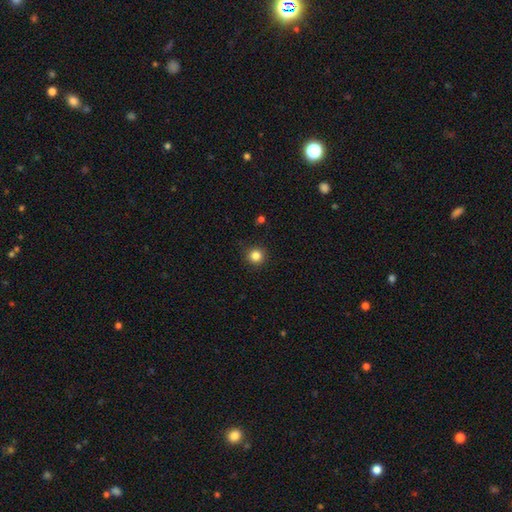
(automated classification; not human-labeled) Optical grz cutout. It shows a smooth galaxy with no disk features (84%) that is round (94%). Merging: none (90%).